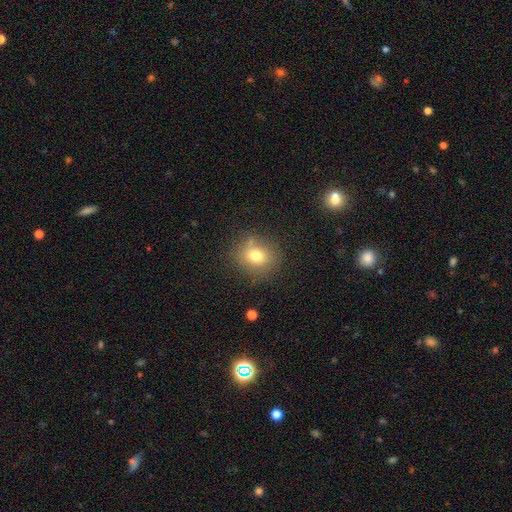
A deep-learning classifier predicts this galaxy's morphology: Q: Smooth or featured?
A: smooth (73%); runner-up: star or artifact (14%)
Q: How rounded?
A: round (76%); runner-up: in between (23%)
Q: Merging?
A: none (76%); runner-up: minor disturbance (14%)